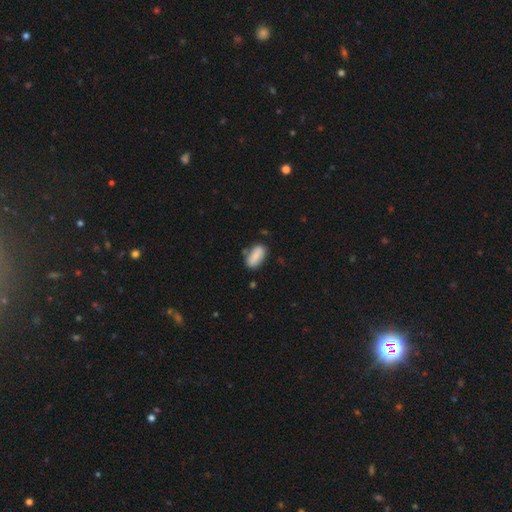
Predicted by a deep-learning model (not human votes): smooth 77%, featured or disk 16%, star or artifact 7%. Down the decision tree: how rounded — in between (90%); merging — none (67%).